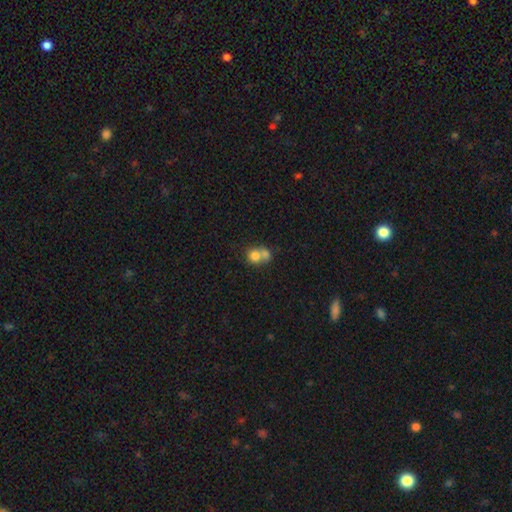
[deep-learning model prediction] Smooth or featured? smooth (76%)
How rounded? round (76%)
Merging? merger (64%)